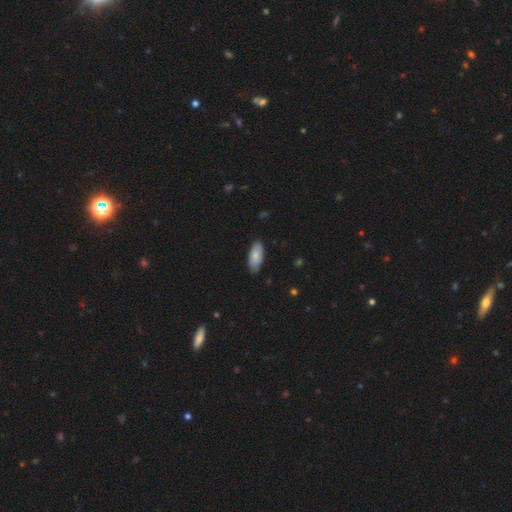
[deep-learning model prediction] Smooth or featured? smooth (82%)
How rounded? in between (87%)
Merging? none (82%)